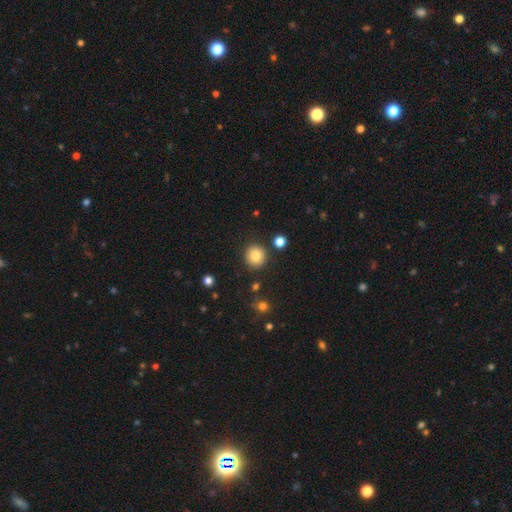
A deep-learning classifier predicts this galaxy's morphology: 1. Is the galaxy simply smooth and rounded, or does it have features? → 84% smooth, 10% star or artifact, 6% featured or disk.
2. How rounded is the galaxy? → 93% round, 6% in between, 1% cigar-shaped.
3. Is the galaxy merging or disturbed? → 89% none, 6% minor disturbance, 3% merger, 2% major disturbance.